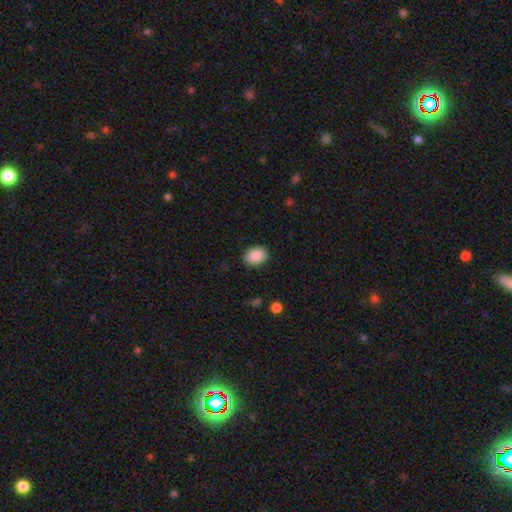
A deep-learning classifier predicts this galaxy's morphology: Overall: smooth (89%). How rounded: in between (70%). Merging: none (88%).